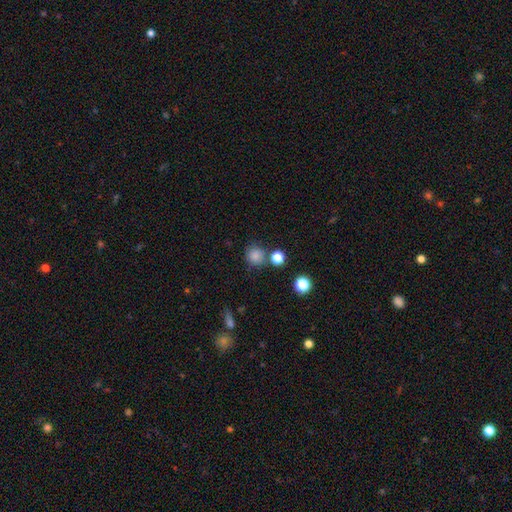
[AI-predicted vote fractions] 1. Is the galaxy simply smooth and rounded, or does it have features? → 83% smooth, 13% star or artifact, 5% featured or disk.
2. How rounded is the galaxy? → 90% round, 9% in between, 1% cigar-shaped.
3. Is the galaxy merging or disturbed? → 75% none, 11% merger, 10% minor disturbance, 4% major disturbance.